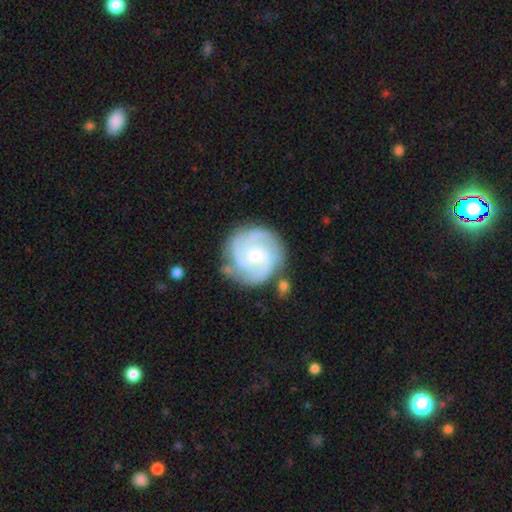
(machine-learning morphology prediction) A featured or disk galaxy (84%) with no bar (65%), 3 (44%) tight (61%) spiral arms (97%) and a small central bulge (62%). Merging: none (76%).